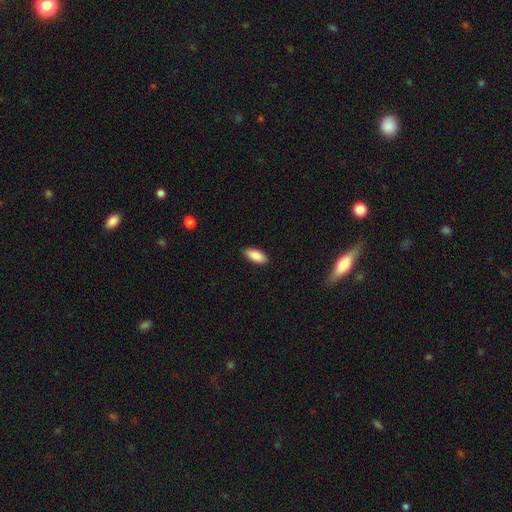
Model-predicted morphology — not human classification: Smooth or featured: smooth — 89% (star or artifact — 6%)
How rounded: in between — 90% (cigar-shaped — 8%)
Merging: none — 89% (minor disturbance — 8%)